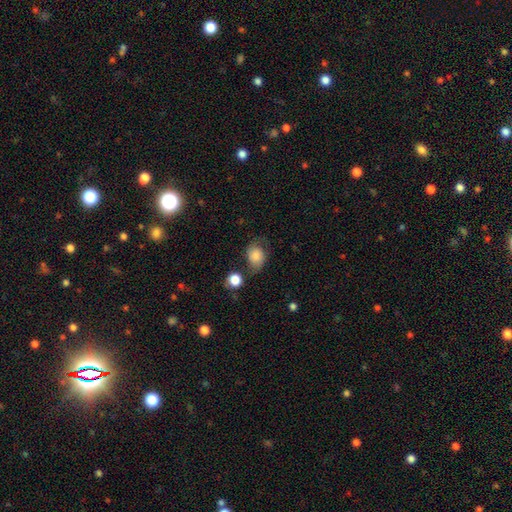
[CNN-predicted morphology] smooth_or_featured: smooth (p=0.75) [alt: featured or disk p=0.16]
how_rounded: in between (p=0.53) [alt: round p=0.46]
merging: none (p=0.55) [alt: minor disturbance p=0.27]